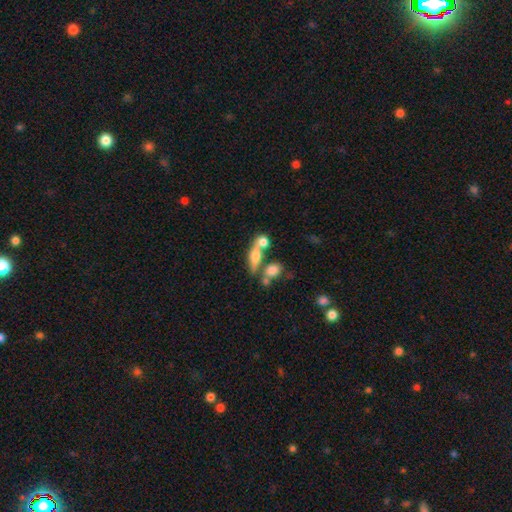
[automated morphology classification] smooth-or-featured: smooth: 54% | featured or disk: 36% | star or artifact: 10%
  how-rounded: in between: 49% | cigar-shaped: 37% | round: 14%
  merging: none: 42% | merger: 39% | minor disturbance: 12% | major disturbance: 7%